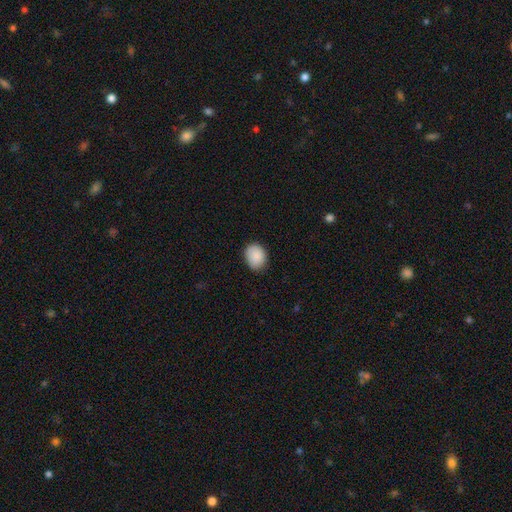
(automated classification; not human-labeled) This appears to be a smooth galaxy with no disk features (89%) that is in between round and cigar-shaped (52%). Merging: none (82%).